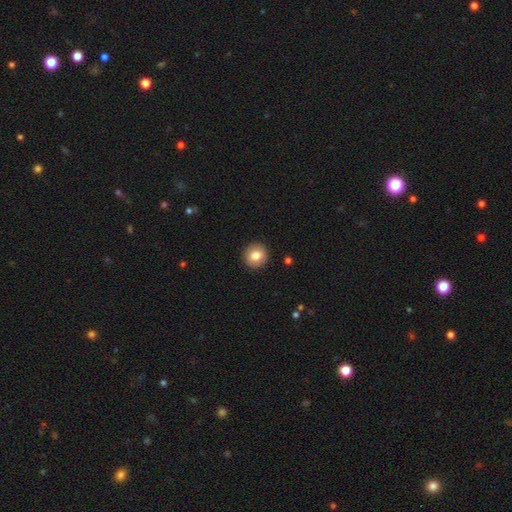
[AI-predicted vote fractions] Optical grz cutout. It shows a smooth galaxy with no disk features (82%) that is round (92%). Merging: none (92%).